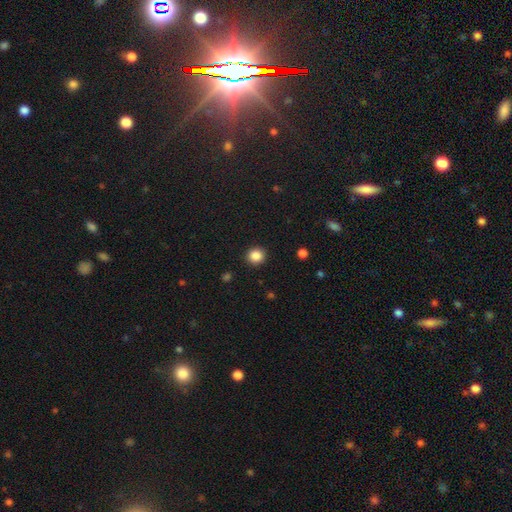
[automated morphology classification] Smooth or featured? smooth (86%)
How rounded? round (90%)
Merging? none (92%)